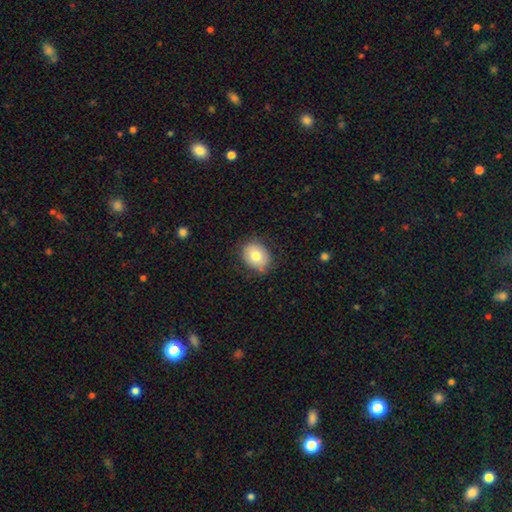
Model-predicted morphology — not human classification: type=smooth (76%); roundness=round (55%); merging=none (77%).